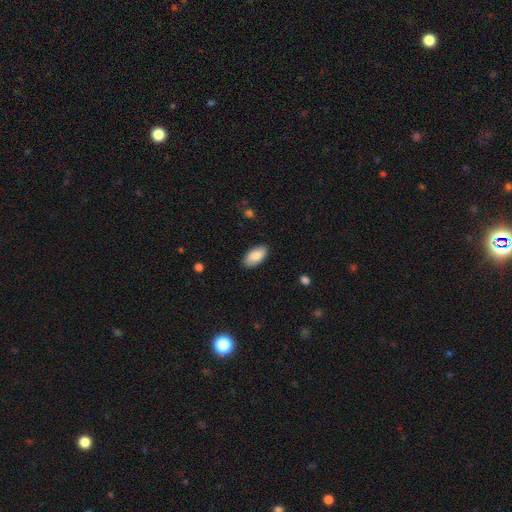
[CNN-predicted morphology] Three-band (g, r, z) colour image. It shows a smooth galaxy with no disk features (83%) that is in between round and cigar-shaped (94%). Merging: none (87%).